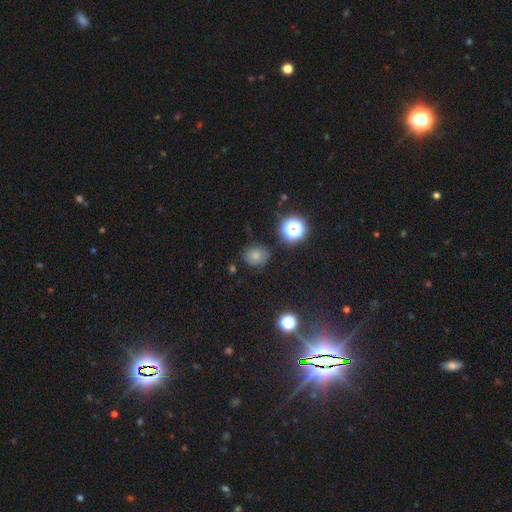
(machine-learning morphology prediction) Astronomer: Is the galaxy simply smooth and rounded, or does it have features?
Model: smooth — 70%.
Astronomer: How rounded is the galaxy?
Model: round — 67%.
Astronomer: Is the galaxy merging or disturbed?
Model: none — 74%.